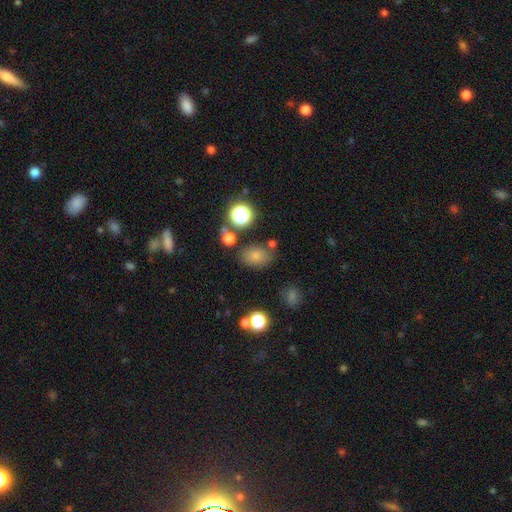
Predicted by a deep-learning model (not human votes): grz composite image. It shows a smooth galaxy with no disk features (75%) that is in between round and cigar-shaped (74%). Merging: none (69%).